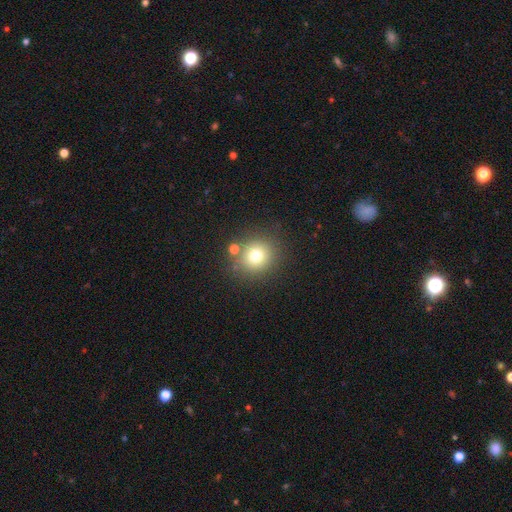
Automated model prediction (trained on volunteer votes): This is likely a smooth galaxy (74%). How rounded: clearly round (87%). Merging: likely none (79%).